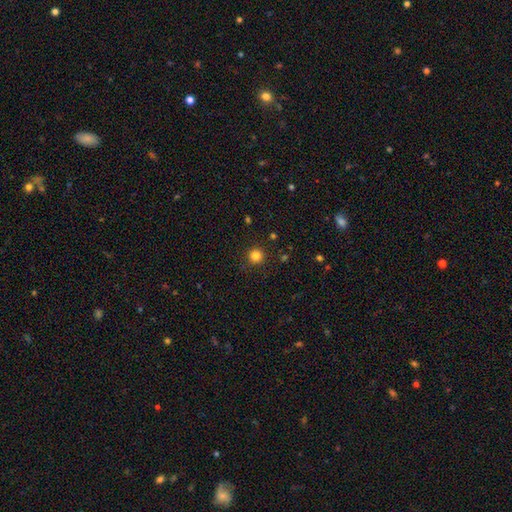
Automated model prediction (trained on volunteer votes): smooth_or_featured: smooth (p=0.83) [alt: star or artifact p=0.13]
how_rounded: round (p=0.95) [alt: in between p=0.04]
merging: none (p=0.91) [alt: minor disturbance p=0.06]